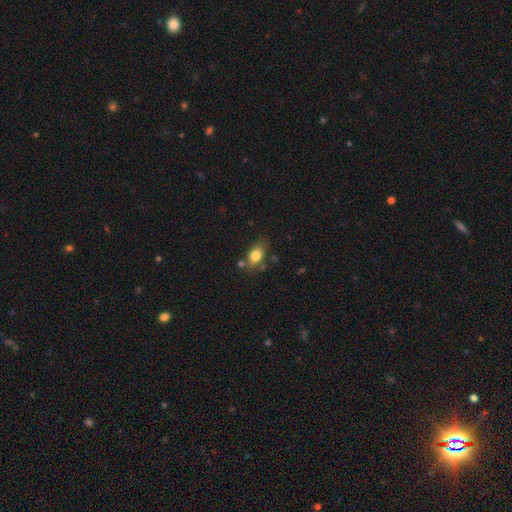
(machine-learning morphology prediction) smooth_or_featured: smooth (p=0.80) [alt: featured or disk p=0.10]
how_rounded: in between (p=0.78) [alt: round p=0.20]
merging: none (p=0.64) [alt: minor disturbance p=0.19]